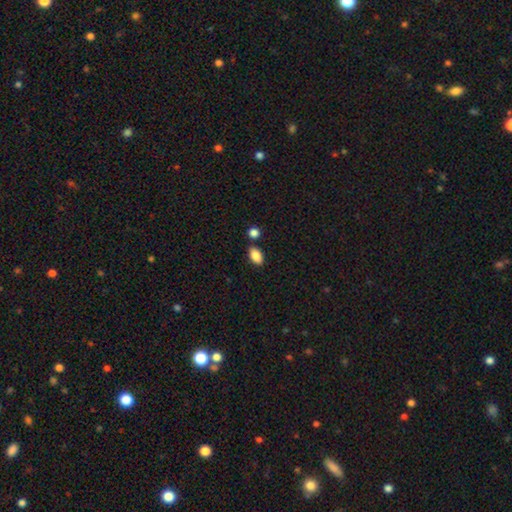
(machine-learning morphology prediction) smooth_or_featured: smooth (p=0.87) [alt: star or artifact p=0.08]
how_rounded: in between (p=0.90) [alt: round p=0.07]
merging: none (p=0.79) [alt: minor disturbance p=0.10]